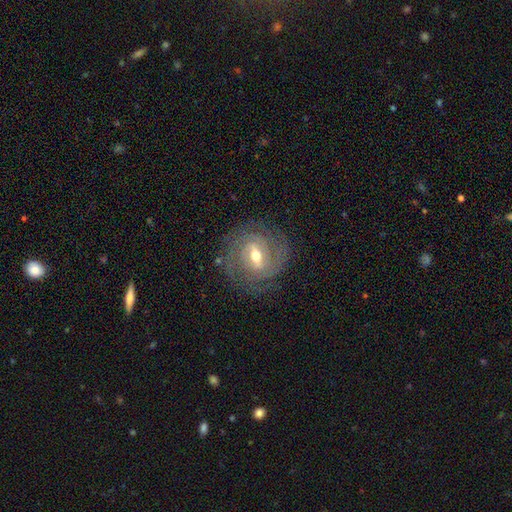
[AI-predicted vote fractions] Morphology: type=featured or disk (86%); edge-on=no (94%); bar=strong (47%); spiral arms=yes (93%); winding=tight (68%); arm count=2 (33%); bulge=moderate (69%); merging=none (79%).